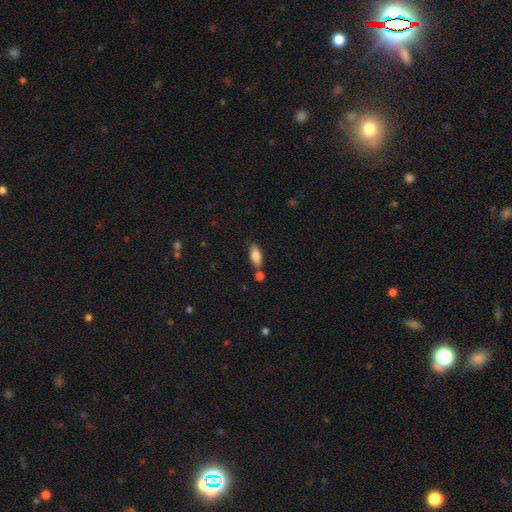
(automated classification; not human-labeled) smooth-or-featured: smooth: 83% | featured or disk: 10% | star or artifact: 7%
  how-rounded: in between: 83% | cigar-shaped: 15% | round: 2%
  merging: none: 70% | merger: 14% | minor disturbance: 13% | major disturbance: 3%